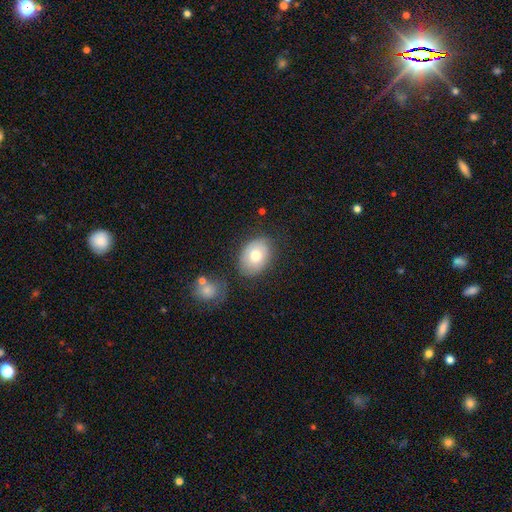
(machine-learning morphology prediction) Smooth or featured? smooth (70%)
How rounded? in between (70%)
Merging? none (75%)